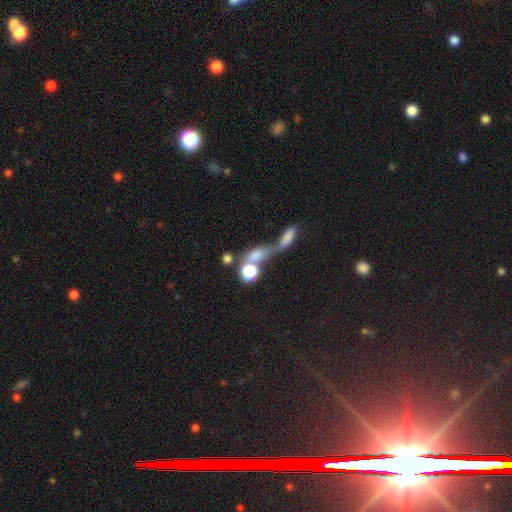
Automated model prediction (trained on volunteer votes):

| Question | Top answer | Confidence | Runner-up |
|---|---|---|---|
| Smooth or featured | smooth | 66% | featured or disk (17%) |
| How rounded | in between | 52% | round (34%) |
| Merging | merger | 56% | none (24%) |